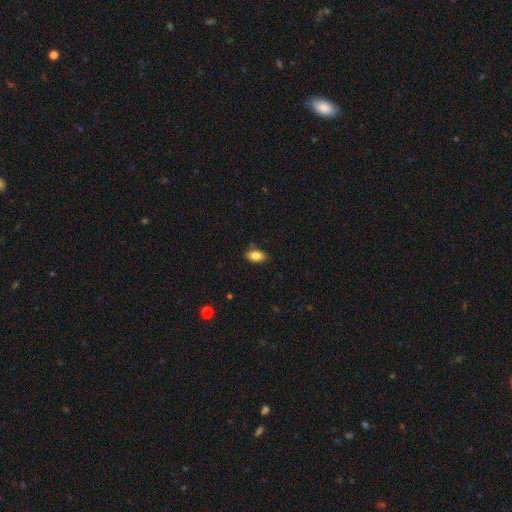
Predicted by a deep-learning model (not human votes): smooth-or-featured: smooth: 84% | featured or disk: 9% | star or artifact: 8%
  how-rounded: in between: 91% | round: 5% | cigar-shaped: 4%
  merging: none: 84% | minor disturbance: 11% | major disturbance: 2% | merger: 2%